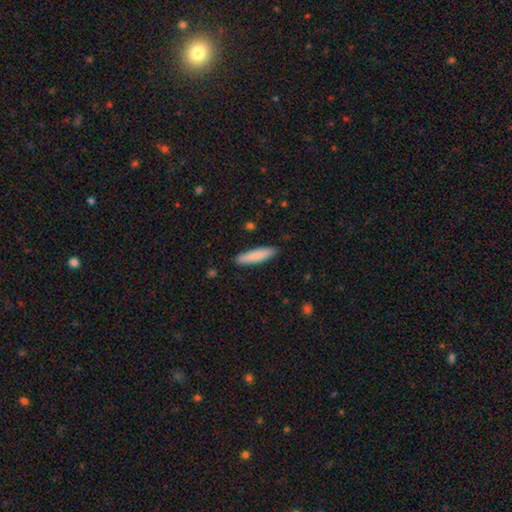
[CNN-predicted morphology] The model was most divided on "how rounded": cigar-shaped: 78%, in between: 20%, round: 1%. More confident: merging — none (90%); smooth or featured — smooth (85%).